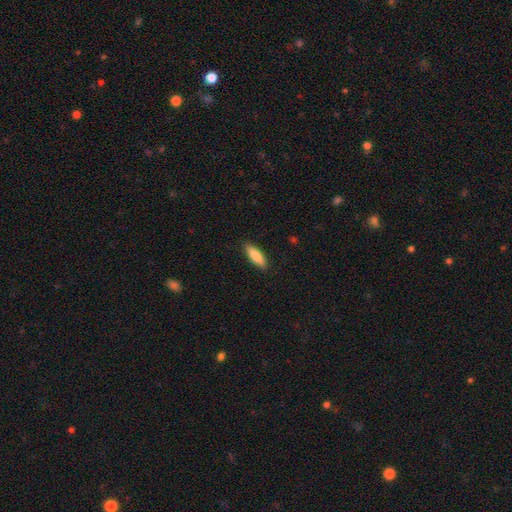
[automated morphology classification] smooth 79%, featured or disk 15%, star or artifact 6%. Down the decision tree: how rounded — cigar-shaped (51%); merging — none (89%).